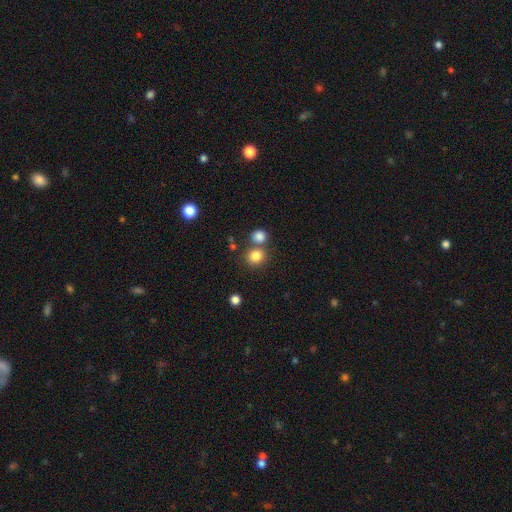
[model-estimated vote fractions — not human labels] Morphology: type=smooth (82%); roundness=round (85%); merging=none (65%).